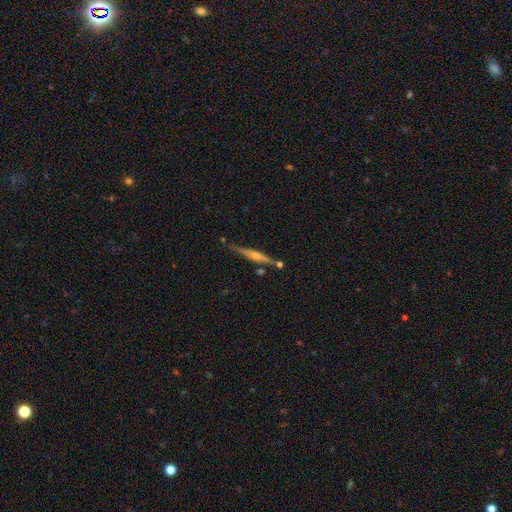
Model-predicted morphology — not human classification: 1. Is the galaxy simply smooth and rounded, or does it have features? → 79% featured or disk, 14% smooth, 7% star or artifact.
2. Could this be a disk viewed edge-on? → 97% yes, 3% no.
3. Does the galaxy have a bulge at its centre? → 88% rounded, 6% none, 6% boxy.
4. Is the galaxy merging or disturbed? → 79% none, 12% minor disturbance, 6% merger, 3% major disturbance.